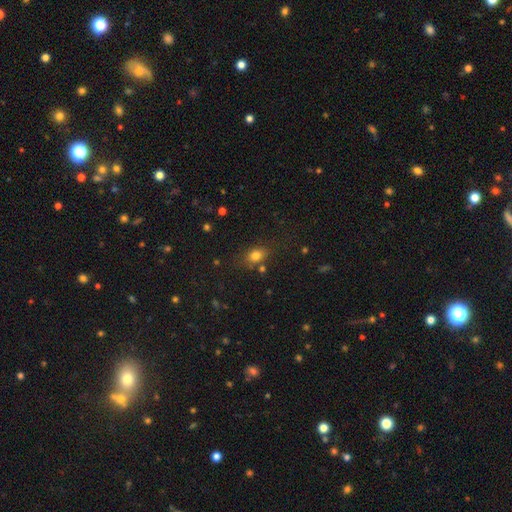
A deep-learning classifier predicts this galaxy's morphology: Overall: smooth (79%). How rounded: in between (68%; round 30%). Merging: none (72%).